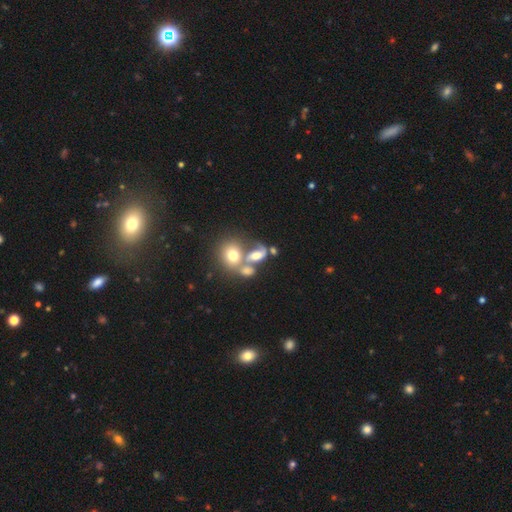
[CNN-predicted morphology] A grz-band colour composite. It shows a smooth galaxy with no disk features (52%) that is round (51%). Merging: merger (53%).